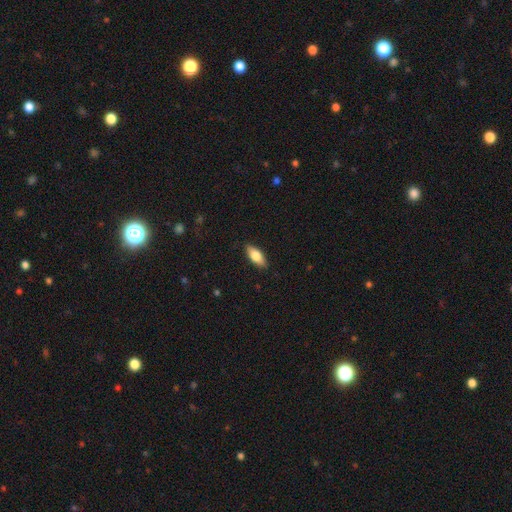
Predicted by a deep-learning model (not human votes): This is likely a smooth galaxy (75%). How rounded: clearly in between (82%). Merging: clearly none (88%).